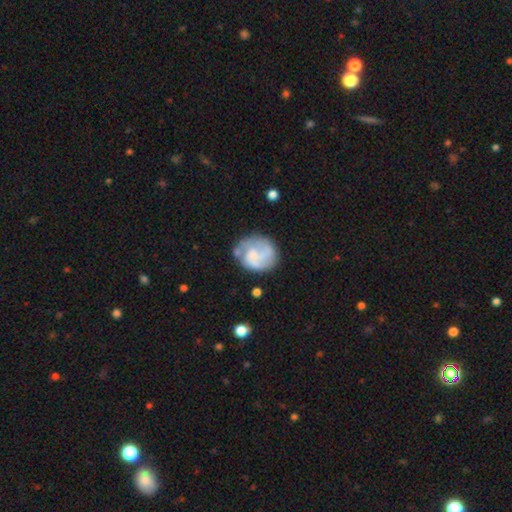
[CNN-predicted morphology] featured or disk 58%, smooth 35%, star or artifact 7%. Down the decision tree: edge-on disk — no (98%); bar — no (68%); spiral arms — yes (76%); bulge size — none (42%); merging — none (59%).